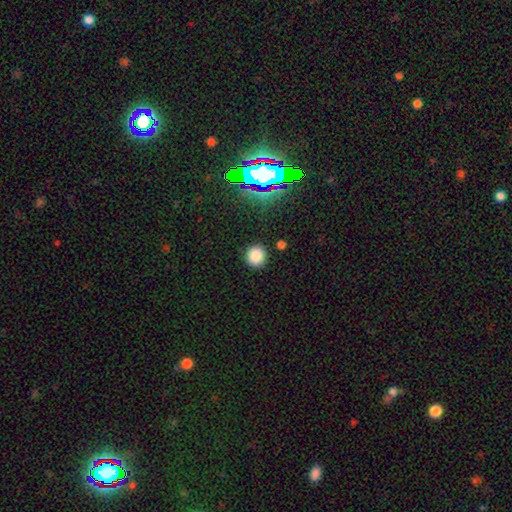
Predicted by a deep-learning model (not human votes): Overall: smooth (83%). How rounded: round (92%). Merging: none (89%).